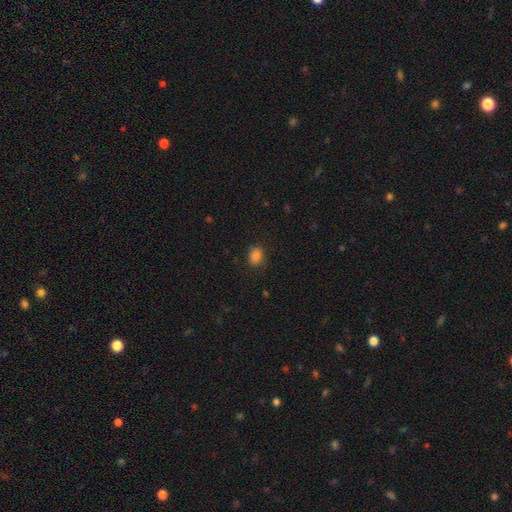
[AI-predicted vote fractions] smooth 85%, star or artifact 11%, featured or disk 4%. Down the decision tree: how rounded — in between (60%); merging — none (78%).